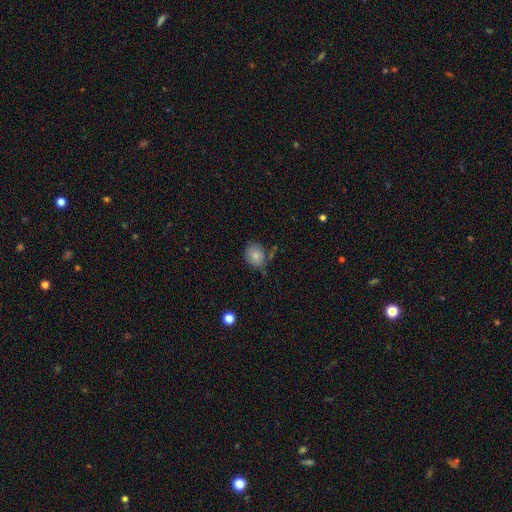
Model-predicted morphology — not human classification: smooth_or_featured: smooth (p=0.83) [alt: star or artifact p=0.09]
how_rounded: round (p=0.57) [alt: in between p=0.42]
merging: none (p=0.64) [alt: minor disturbance p=0.24]